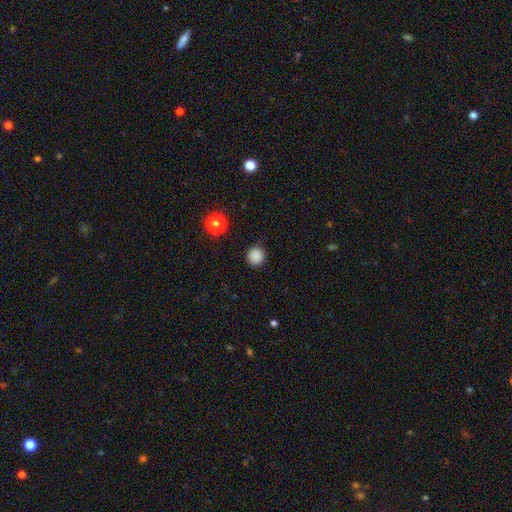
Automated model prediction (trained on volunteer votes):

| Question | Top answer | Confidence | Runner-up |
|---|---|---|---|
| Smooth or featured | smooth | 86% | star or artifact (12%) |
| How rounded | round | 94% | in between (5%) |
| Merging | none | 89% | minor disturbance (7%) |